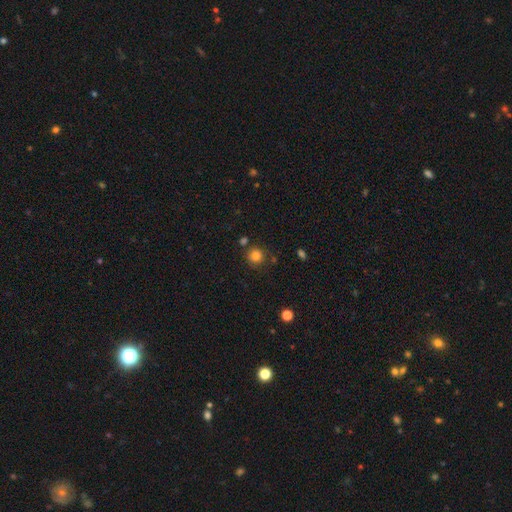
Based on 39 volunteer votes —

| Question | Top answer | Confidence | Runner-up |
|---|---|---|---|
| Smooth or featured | smooth | 90% | featured or disk (5%) |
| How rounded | round | 86% | in between (14%) |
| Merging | none | 92% | minor disturbance (8%) |